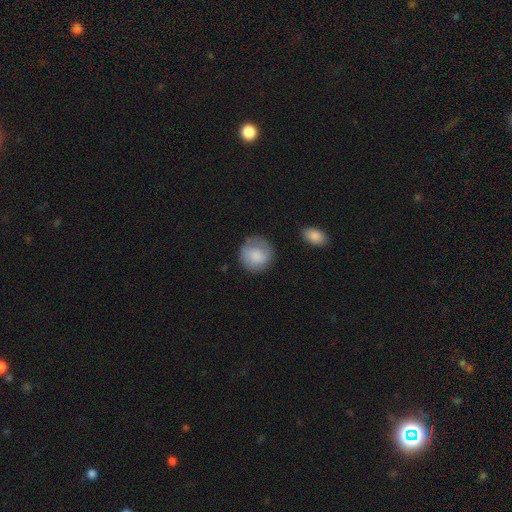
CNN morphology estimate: A smooth galaxy with no disk features (80%) that is round (90%). Merging: none (76%).